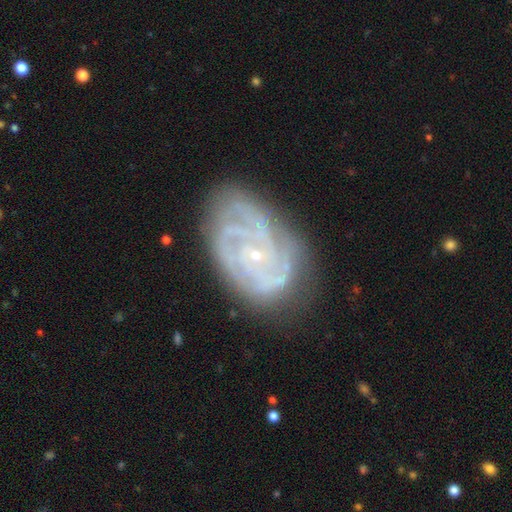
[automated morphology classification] Smooth or featured? featured or disk (86%)
Edge-on disk? no (97%)
Bar? no (73%)
Spiral arms? yes (96%)
Spiral winding? tight (68%)
Spiral arm count? 3 (27%)
Bulge size? small (84%)
Merging? none (71%)